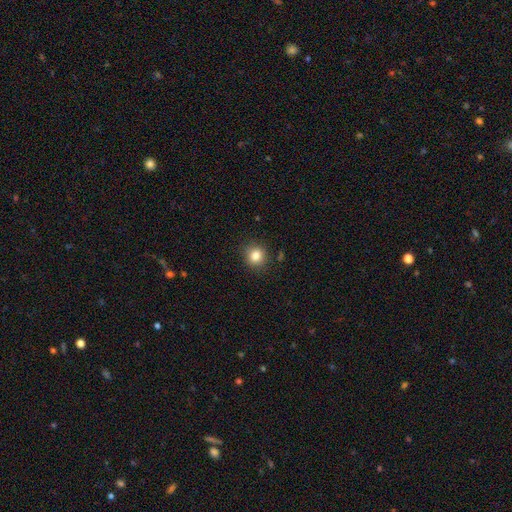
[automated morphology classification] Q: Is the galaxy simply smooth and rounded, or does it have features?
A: smooth — 82%.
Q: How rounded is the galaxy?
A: round — 88%.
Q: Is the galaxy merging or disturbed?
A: none — 89%.